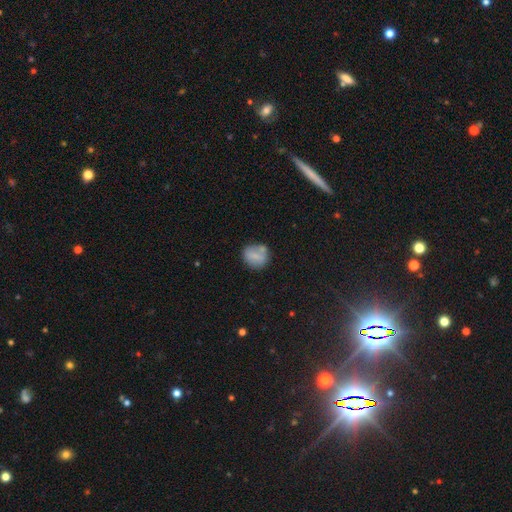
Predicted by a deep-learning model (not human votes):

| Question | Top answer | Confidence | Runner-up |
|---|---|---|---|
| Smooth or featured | smooth | 71% | featured or disk (21%) |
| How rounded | round | 76% | in between (22%) |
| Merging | none | 67% | minor disturbance (17%) |